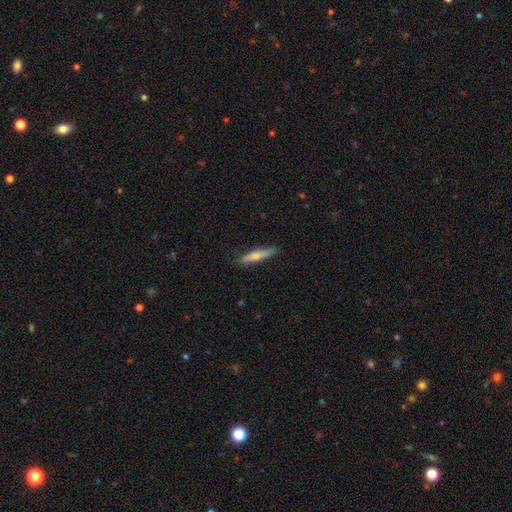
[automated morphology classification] type=smooth (58%); roundness=cigar-shaped (85%); merging=none (85%).